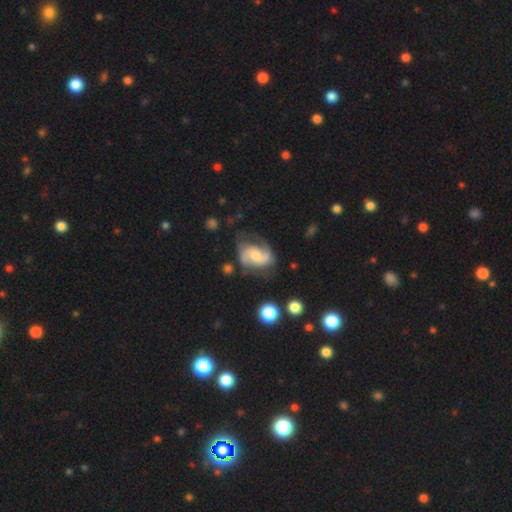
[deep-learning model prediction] Smooth or featured? Predicted: featured or disk (p=0.81). Edge-on disk? Predicted: no (p=0.98). Bar? Predicted: no (p=0.47). Spiral arms? Predicted: yes (p=0.95). Spiral winding? Predicted: medium (p=0.48). Spiral arm count? Predicted: 2 (p=0.83). Bulge size? Predicted: moderate (p=0.54). Merging? Predicted: none (p=0.55).